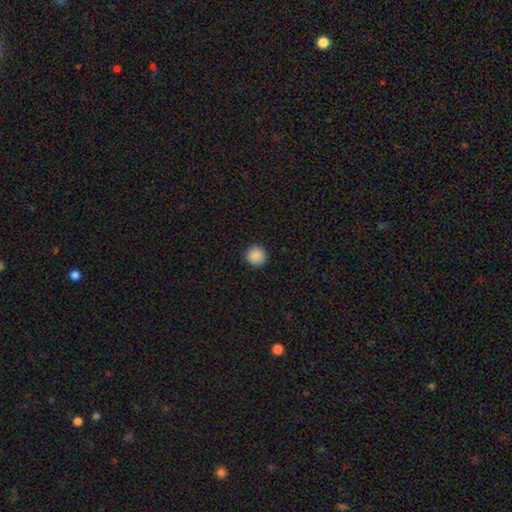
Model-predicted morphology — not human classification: This is clearly a smooth galaxy (88%). How rounded: clearly round (95%). Merging: clearly none (92%).